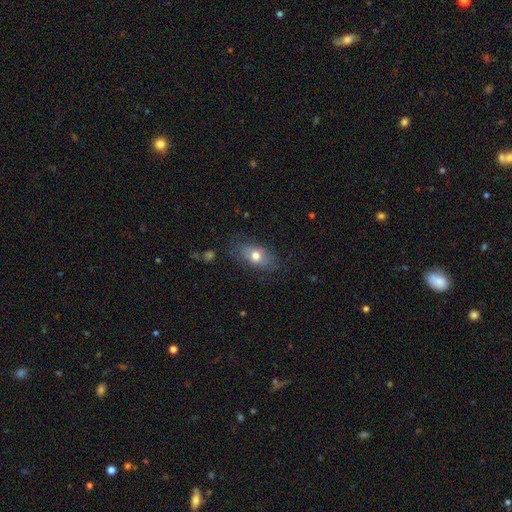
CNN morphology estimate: Overall: smooth (69%). How rounded: in between (85%). Merging: none (73%).